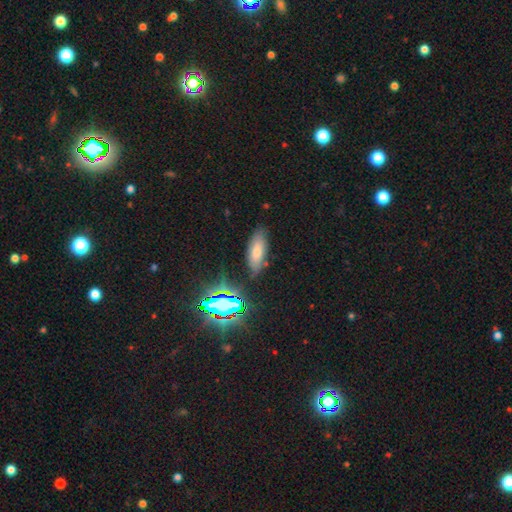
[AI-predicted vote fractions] smooth_or_featured: smooth (p=0.64) [alt: star or artifact p=0.20]
how_rounded: in between (p=0.73) [alt: cigar-shaped p=0.24]
merging: none (p=0.80) [alt: minor disturbance p=0.14]